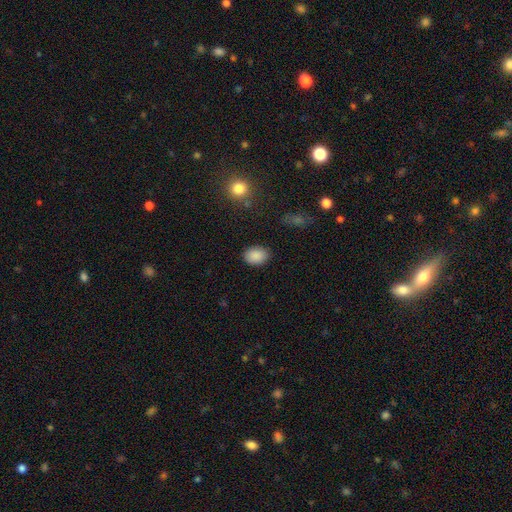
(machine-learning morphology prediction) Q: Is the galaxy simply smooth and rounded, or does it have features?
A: smooth — 88%.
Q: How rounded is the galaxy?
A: in between — 70%.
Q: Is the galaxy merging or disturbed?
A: none — 86%.